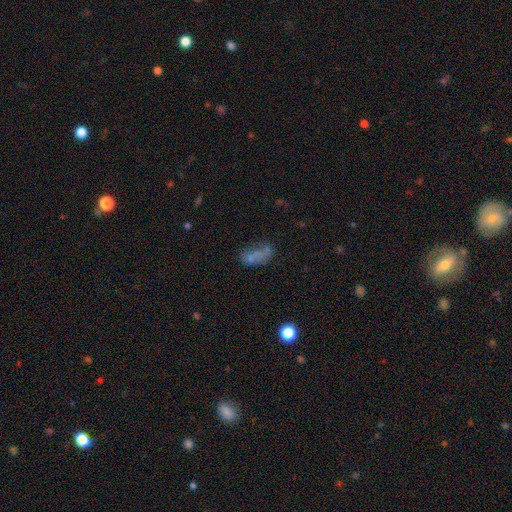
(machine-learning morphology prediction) This is possibly a smooth galaxy (54%). How rounded: clearly in between (82%). Merging: marginally none (40%).